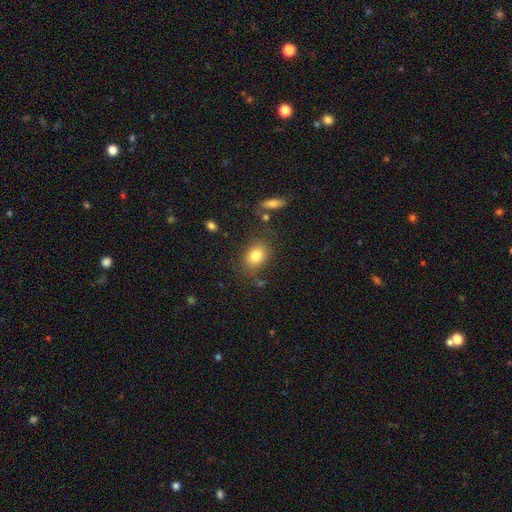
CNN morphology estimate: Smooth or featured? smooth (80%)
How rounded? in between (56%)
Merging? none (77%)